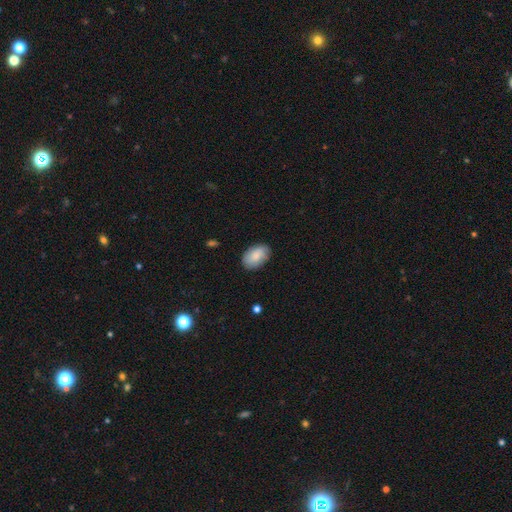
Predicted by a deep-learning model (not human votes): smooth 80%, featured or disk 14%, star or artifact 6%. Down the decision tree: how rounded — in between (90%); merging — none (82%).